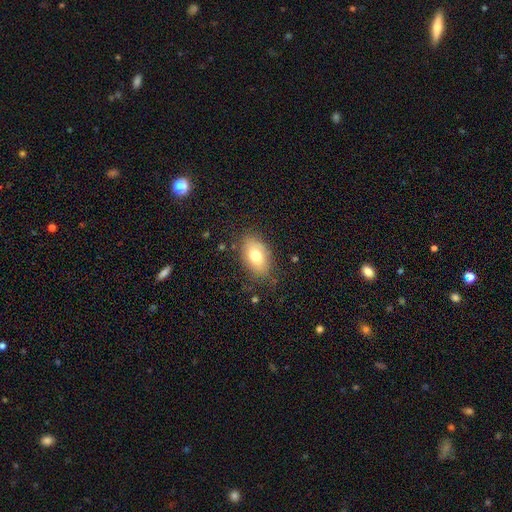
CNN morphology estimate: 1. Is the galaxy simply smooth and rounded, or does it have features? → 74% smooth, 18% featured or disk, 9% star or artifact.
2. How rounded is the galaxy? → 88% in between, 10% round, 2% cigar-shaped.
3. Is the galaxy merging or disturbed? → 79% none, 16% minor disturbance, 4% major disturbance, 1% merger.